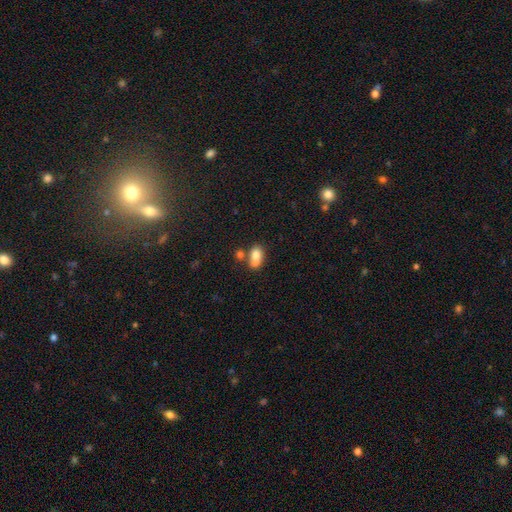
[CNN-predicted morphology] Smooth or featured? Predicted: smooth (p=0.77). How rounded? Predicted: in between (p=0.81). Merging? Predicted: merger (p=0.43).